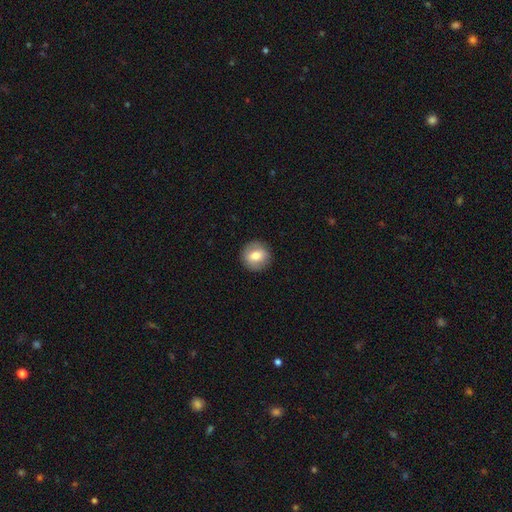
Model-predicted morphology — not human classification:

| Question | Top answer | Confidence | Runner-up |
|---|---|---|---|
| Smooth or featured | smooth | 70% | featured or disk (22%) |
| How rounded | round | 89% | in between (10%) |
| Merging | none | 89% | minor disturbance (7%) |